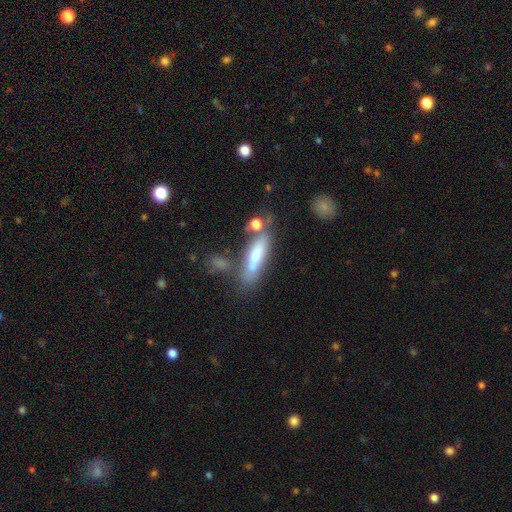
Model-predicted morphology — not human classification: A smooth galaxy with no disk features (67%) that is cigar-shaped (62%).

Vote fractions:
- Smooth or featured? smooth: 67% / featured or disk: 25% / star or artifact: 8%
- How rounded? cigar-shaped: 62% / in between: 36% / round: 2%
- Merging? none: 47% / merger: 24% / minor disturbance: 18% / major disturbance: 10%